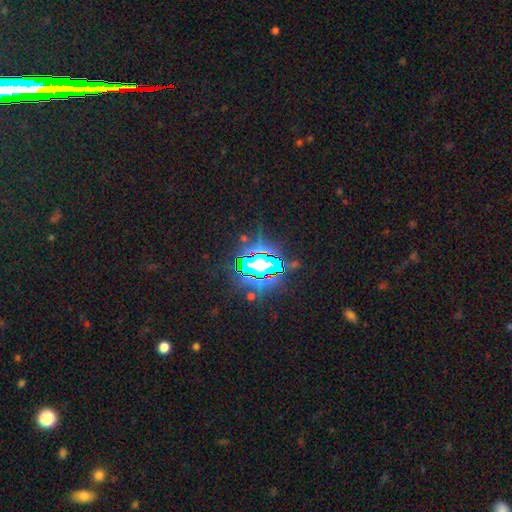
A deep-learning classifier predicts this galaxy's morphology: smooth-or-featured: star or artifact: 84% | smooth: 10% | featured or disk: 7%